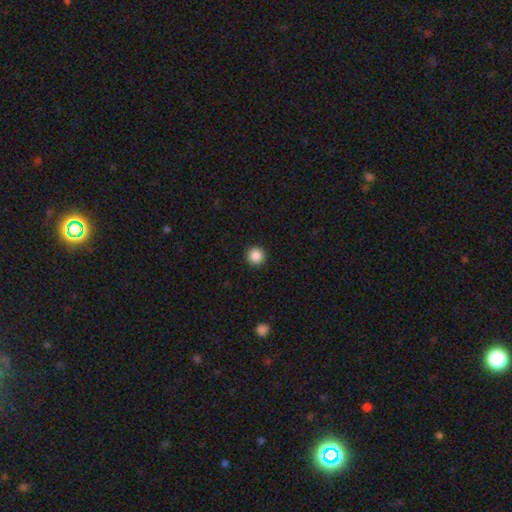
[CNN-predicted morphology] A smooth galaxy with no disk features (87%) that is round (96%). Merging: none (94%).